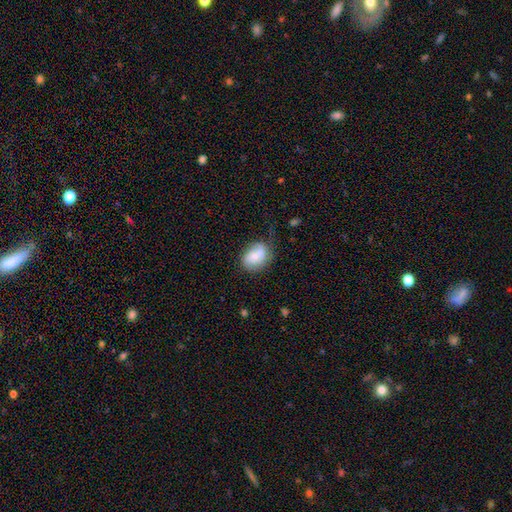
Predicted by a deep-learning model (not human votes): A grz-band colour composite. It shows a smooth galaxy with no disk features (71%) that is in between round and cigar-shaped (69%). Merging: none (48%).